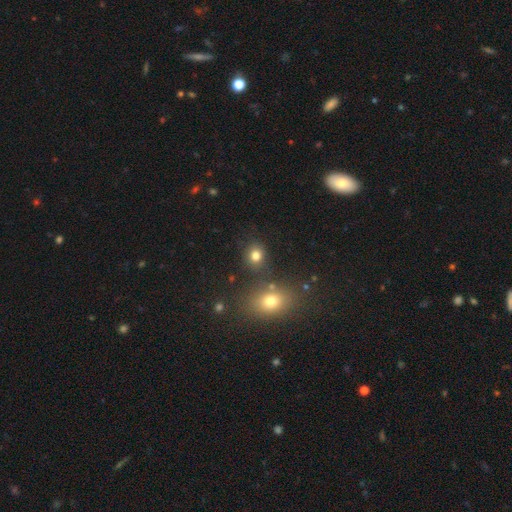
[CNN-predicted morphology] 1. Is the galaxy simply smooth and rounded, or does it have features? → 79% smooth, 15% star or artifact, 6% featured or disk.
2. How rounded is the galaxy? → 69% round, 30% in between, 1% cigar-shaped.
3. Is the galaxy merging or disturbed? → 78% none, 10% minor disturbance, 9% merger, 4% major disturbance.